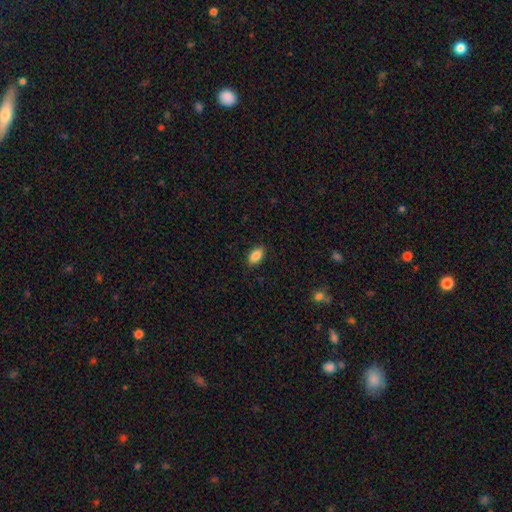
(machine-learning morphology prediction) A smooth galaxy with no disk features (88%) that is in between round and cigar-shaped (91%). Merging: none (87%).